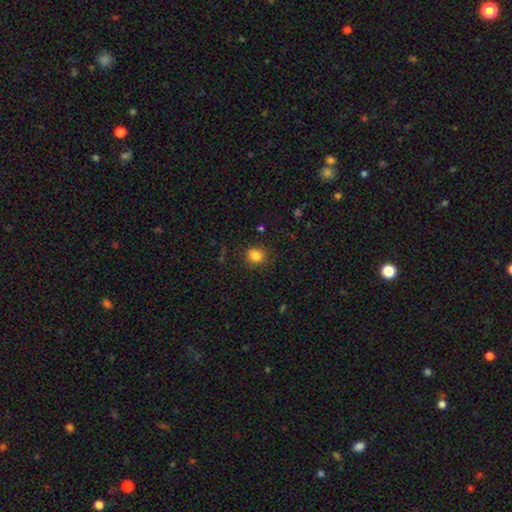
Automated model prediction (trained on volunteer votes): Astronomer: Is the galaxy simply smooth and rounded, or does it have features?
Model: smooth — 84%.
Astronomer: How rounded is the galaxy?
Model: round — 63%.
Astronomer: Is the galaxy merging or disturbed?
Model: none — 85%.